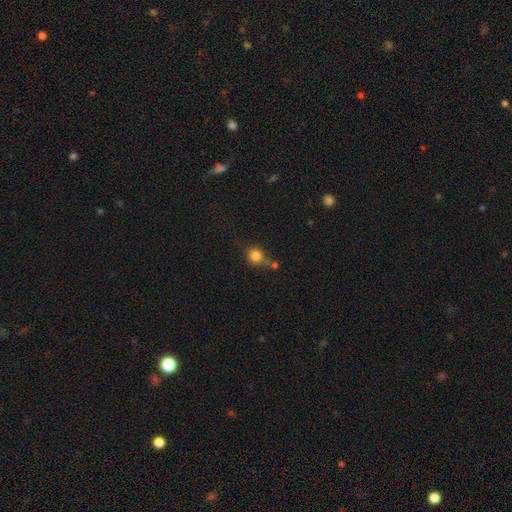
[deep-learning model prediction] Morphology: type=smooth (81%); roundness=round (85%); merging=none (55%).